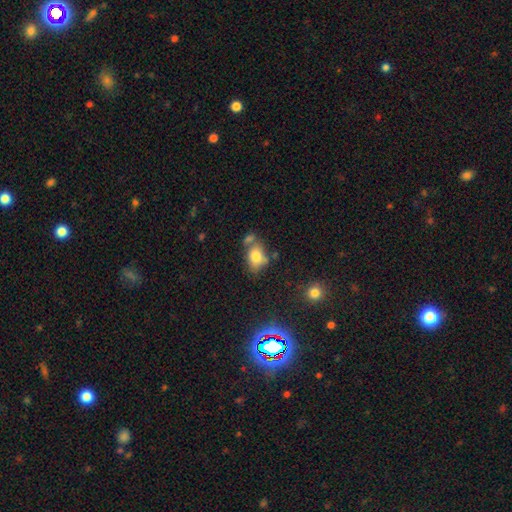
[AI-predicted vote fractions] Smooth or featured? Predicted: smooth (p=0.76). How rounded? Predicted: in between (p=0.76). Merging? Predicted: none (p=0.47).